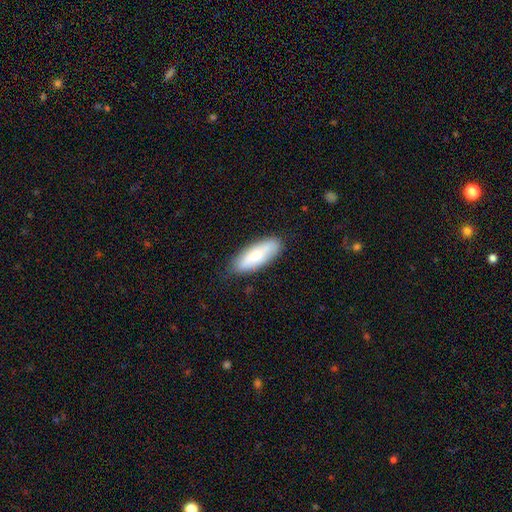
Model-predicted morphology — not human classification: smooth 77%, featured or disk 18%, star or artifact 6%. Down the decision tree: how rounded — in between (63%); merging — none (82%).